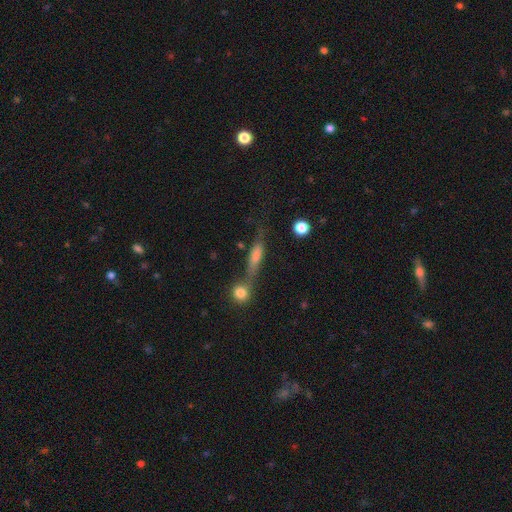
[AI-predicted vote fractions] A smooth galaxy with no disk features (55%) that is cigar-shaped (63%).

Vote fractions:
- Smooth or featured? smooth: 55% / featured or disk: 33% / star or artifact: 12%
- How rounded? cigar-shaped: 63% / in between: 29% / round: 7%
- Merging? none: 45% / merger: 27% / minor disturbance: 17% / major disturbance: 11%